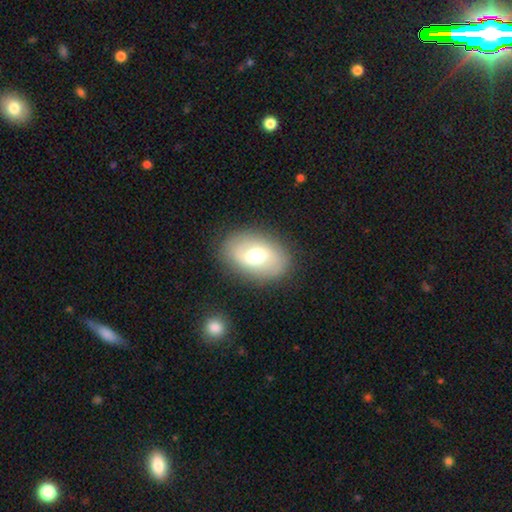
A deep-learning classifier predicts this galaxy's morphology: A smooth galaxy with no disk features (53%) that is in between round and cigar-shaped (83%).

Vote fractions:
- Smooth or featured? smooth: 53% / featured or disk: 39% / star or artifact: 8%
- How rounded? in between: 83% / round: 15% / cigar-shaped: 1%
- Merging? none: 84% / minor disturbance: 10% / major disturbance: 4% / merger: 2%